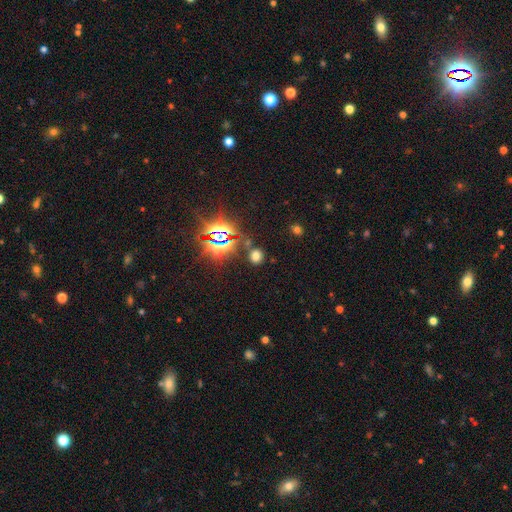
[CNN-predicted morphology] smooth 60%, star or artifact 34%, featured or disk 7%. Down the decision tree: how rounded — round (71%); merging — none (81%).